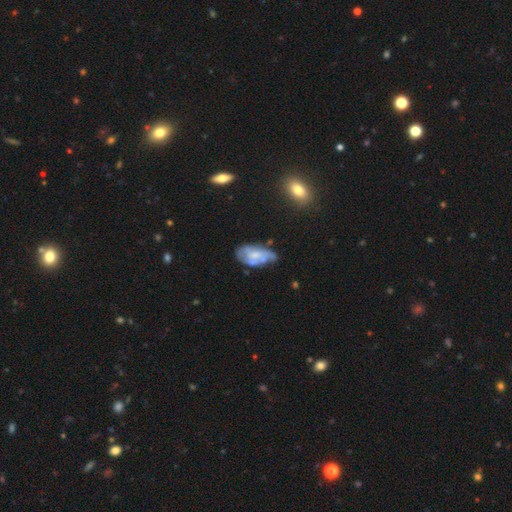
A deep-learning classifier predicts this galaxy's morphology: Smooth or featured?
  - featured or disk: 55% *
  - smooth: 37%
  - star or artifact: 8%
Edge-on disk?
  - no: 93% *
  - yes: 7%
Bar?
  - no: 65% *
  - weak: 29%
  - strong: 6%
Spiral arms?
  - yes: 56% *
  - no: 44%
Bulge size?
  - small: 45% *
  - moderate: 31%
  - none: 20%
  - large: 3%
  - dominant: 1%
Merging?
  - none: 40% *
  - minor disturbance: 35%
  - major disturbance: 18%
  - merger: 6%